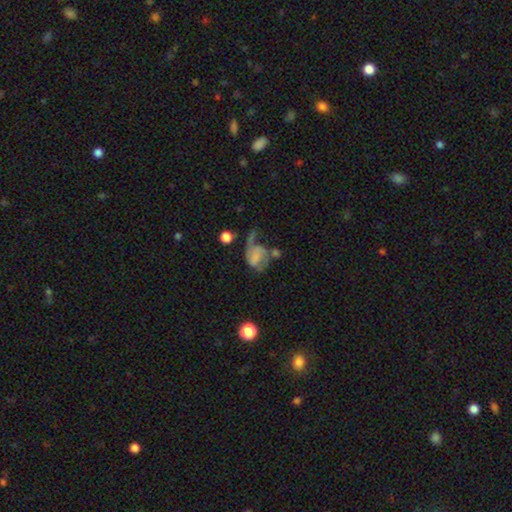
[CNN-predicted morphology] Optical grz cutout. It shows a featured or disk galaxy (58%) with no bar (62%), spiral arms (79%) and no central bulge (57%). Merging: major disturbance (44%).